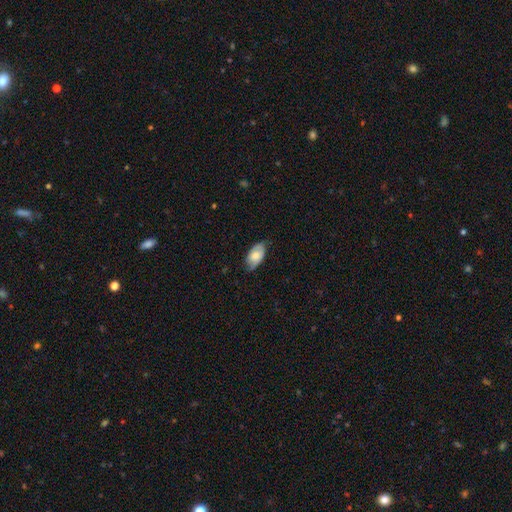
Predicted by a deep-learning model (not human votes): smooth 59%, featured or disk 34%, star or artifact 7%. Down the decision tree: how rounded — in between (93%); merging — none (73%).